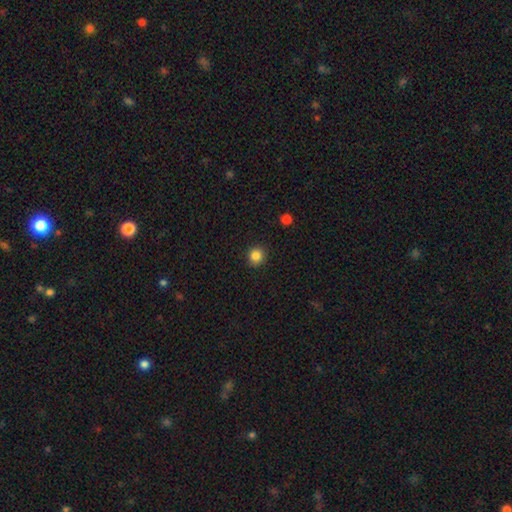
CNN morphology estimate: This is clearly a smooth galaxy (85%). How rounded: clearly round (91%). Merging: clearly none (91%).